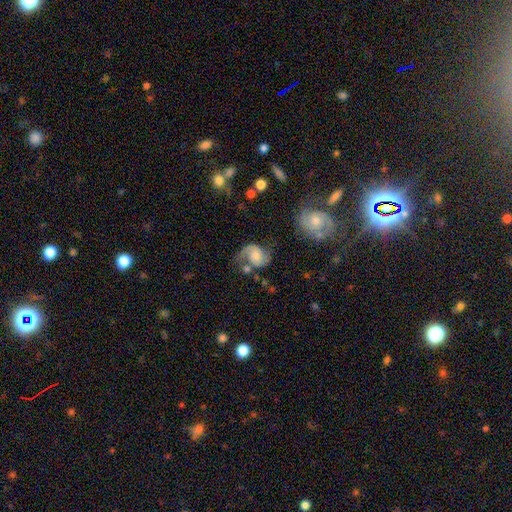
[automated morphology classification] Q: Smooth or featured?
A: featured or disk (73%); runner-up: smooth (19%)
Q: Edge-on disk?
A: no (98%); runner-up: yes (2%)
Q: Bar?
A: no (64%); runner-up: weak (31%)
Q: Spiral arms?
A: yes (94%); runner-up: no (6%)
Q: Spiral winding?
A: medium (49%); runner-up: loose (36%)
Q: Spiral arm count?
A: 2 (83%); runner-up: 1 (10%)
Q: Bulge size?
A: moderate (45%); runner-up: small (31%)
Q: Merging?
A: none (50%); runner-up: minor disturbance (22%)